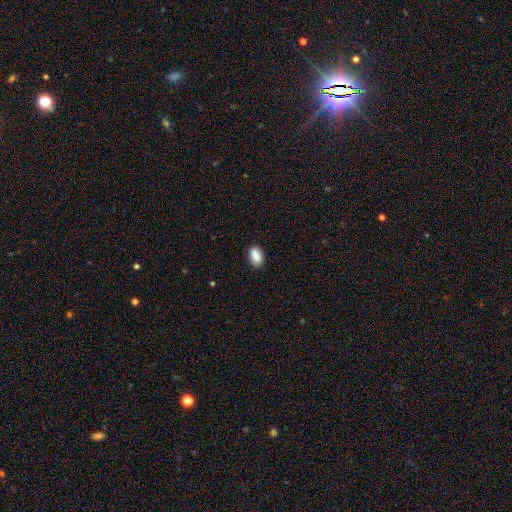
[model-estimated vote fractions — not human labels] This appears to be a smooth galaxy with no disk features (88%) that is in between round and cigar-shaped (91%). Merging: none (87%).